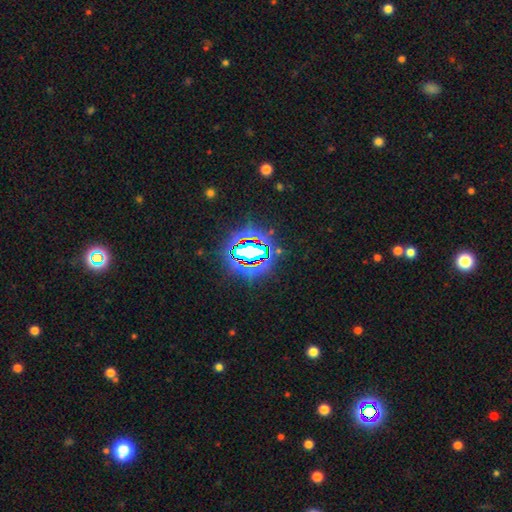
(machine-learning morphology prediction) smooth-or-featured: star or artifact: 83% | smooth: 9% | featured or disk: 8%